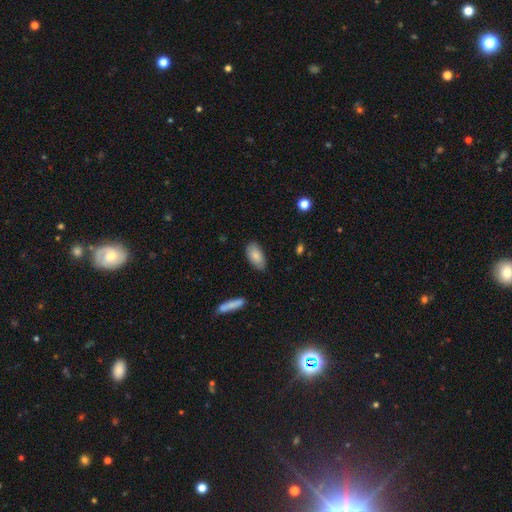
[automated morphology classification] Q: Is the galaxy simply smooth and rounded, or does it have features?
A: smooth — 84%.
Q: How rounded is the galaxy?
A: in between — 93%.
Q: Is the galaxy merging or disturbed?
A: none — 79%.